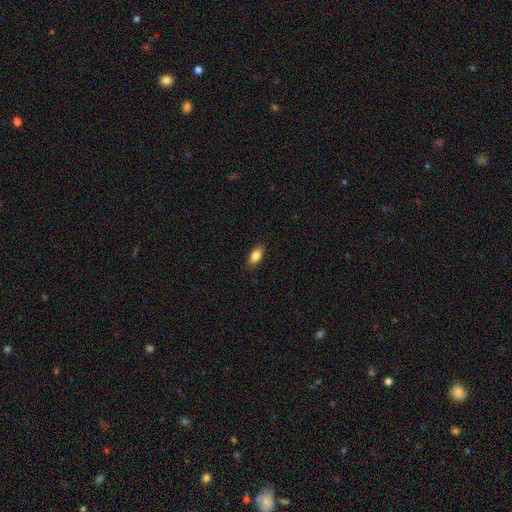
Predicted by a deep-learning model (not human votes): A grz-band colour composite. It shows a smooth galaxy with no disk features (85%) that is in between round and cigar-shaped (87%). Merging: none (87%).